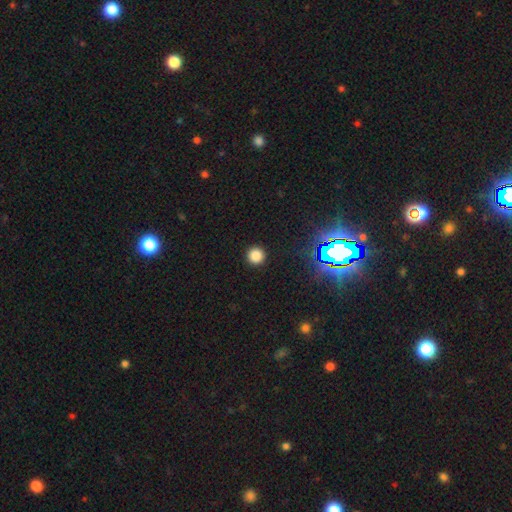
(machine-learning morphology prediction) smooth_or_featured: smooth (p=0.81) [alt: star or artifact p=0.15]
how_rounded: round (p=0.96) [alt: in between p=0.03]
merging: none (p=0.92) [alt: minor disturbance p=0.05]